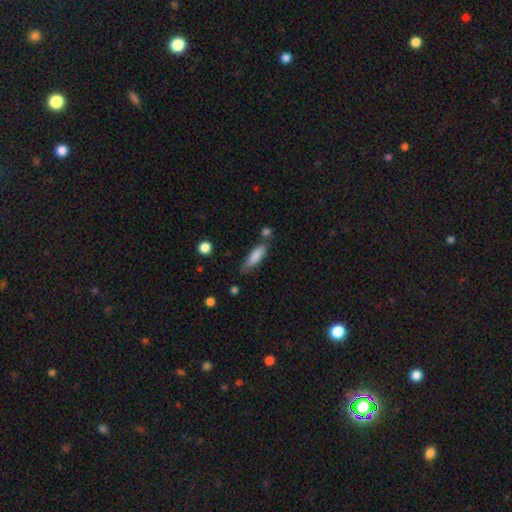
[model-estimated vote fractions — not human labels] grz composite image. It shows a smooth galaxy with no disk features (83%) that is cigar-shaped (56%). Merging: none (64%).